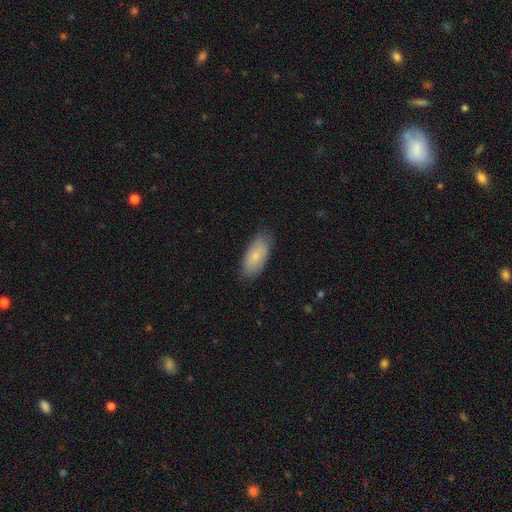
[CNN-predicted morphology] A smooth galaxy with no disk features (82%) that is in between round and cigar-shaped (88%).

Vote fractions:
- Smooth or featured? smooth: 82% / featured or disk: 12% / star or artifact: 6%
- How rounded? in between: 88% / cigar-shaped: 10% / round: 2%
- Merging? none: 82% / minor disturbance: 14% / major disturbance: 3% / merger: 1%